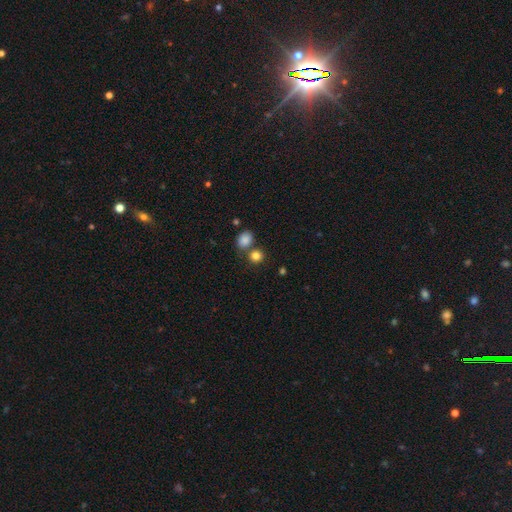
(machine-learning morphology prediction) Smooth or featured?
  - smooth: 83% *
  - star or artifact: 11%
  - featured or disk: 5%
How rounded?
  - round: 78% *
  - in between: 21%
  - cigar-shaped: 1%
Merging?
  - none: 65% *
  - merger: 23%
  - minor disturbance: 9%
  - major disturbance: 3%